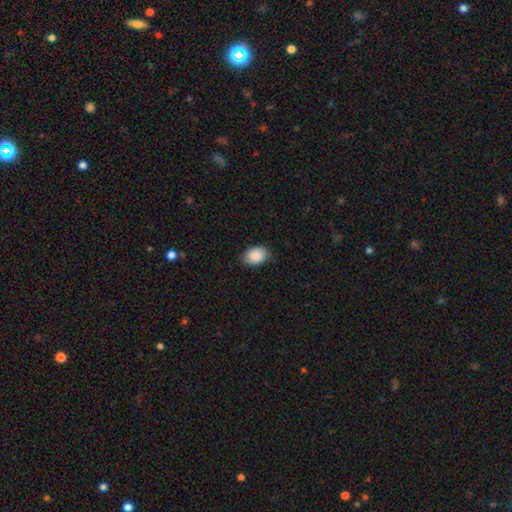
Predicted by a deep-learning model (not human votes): Q: Smooth or featured?
A: smooth (90%); runner-up: star or artifact (6%)
Q: How rounded?
A: in between (83%); runner-up: round (16%)
Q: Merging?
A: none (84%); runner-up: minor disturbance (13%)